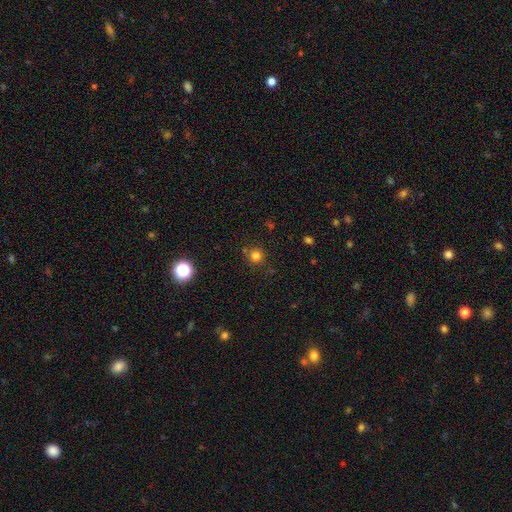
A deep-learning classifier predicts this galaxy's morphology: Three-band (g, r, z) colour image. It shows a smooth galaxy with no disk features (78%) that is round (93%). Merging: none (81%).